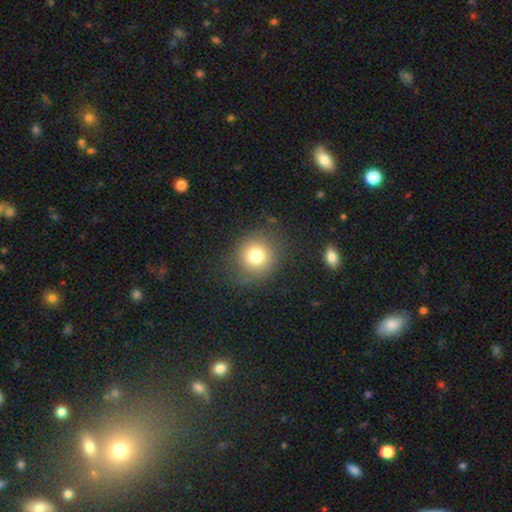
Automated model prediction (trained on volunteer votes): This appears to be a smooth galaxy with no disk features (77%) that is round (84%). Merging: none (78%).